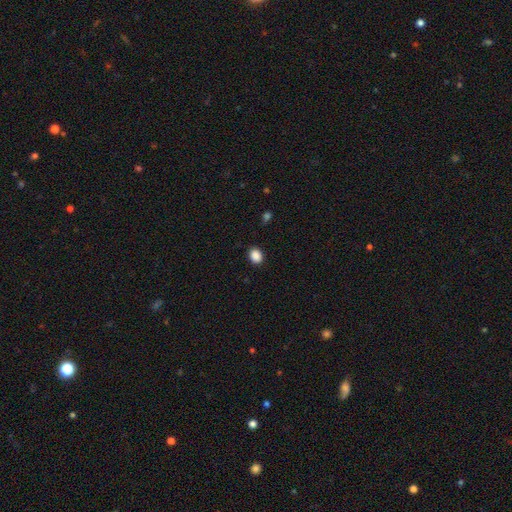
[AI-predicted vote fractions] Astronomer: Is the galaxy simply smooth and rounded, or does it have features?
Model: smooth — 89%.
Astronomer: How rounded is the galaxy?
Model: in between — 56% (runner-up: round, 43%).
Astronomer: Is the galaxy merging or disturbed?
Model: none — 88%.